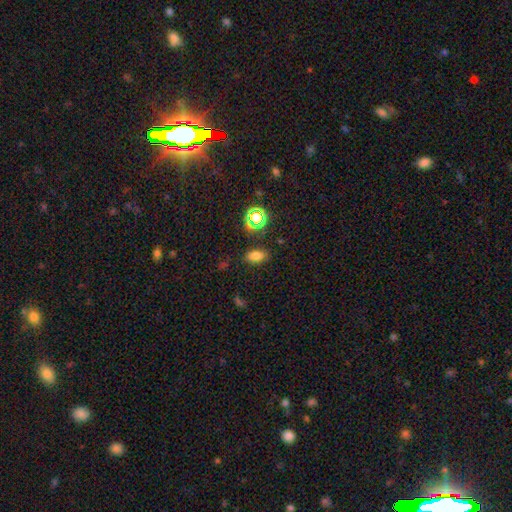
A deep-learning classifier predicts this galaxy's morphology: Smooth or featured? Predicted: smooth (p=0.74). How rounded? Predicted: in between (p=0.86). Merging? Predicted: none (p=0.83).